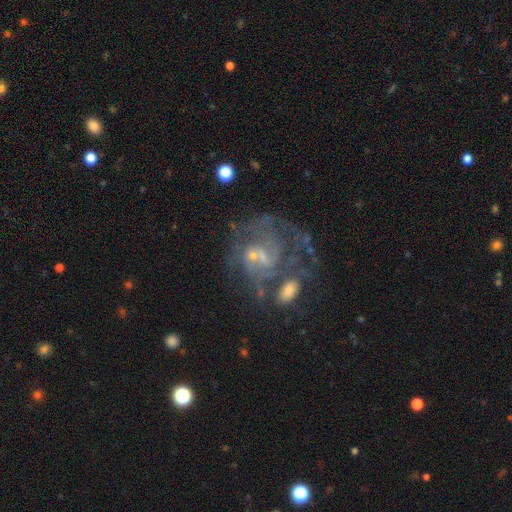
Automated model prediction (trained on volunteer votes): Smooth or featured: featured or disk — 75% (smooth — 14%)
Edge-on disk: no — 98% (yes — 2%)
Bar: no — 54% (weak — 38%)
Spiral arms: yes — 76% (no — 24%)
Spiral winding: medium — 41% (tight — 39%)
Spiral arm count: can't tell — 43% (2 — 24%)
Bulge size: small — 57% (moderate — 21%)
Merging: none — 33% (merger — 31%)